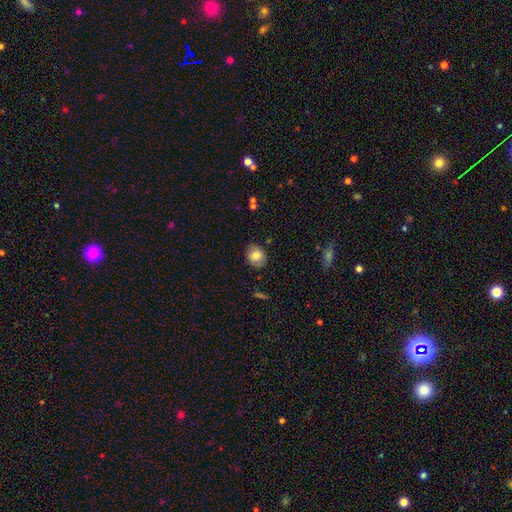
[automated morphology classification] Smooth or featured? Predicted: smooth (p=0.79). How rounded? Predicted: round (p=0.50). Merging? Predicted: none (p=0.84).